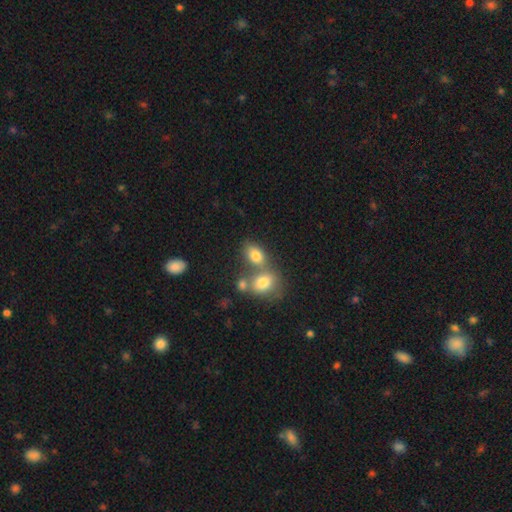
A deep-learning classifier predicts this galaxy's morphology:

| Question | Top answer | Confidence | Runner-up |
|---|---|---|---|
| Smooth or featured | smooth | 78% | featured or disk (11%) |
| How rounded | in between | 78% | round (20%) |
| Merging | merger | 44% | none (41%) |